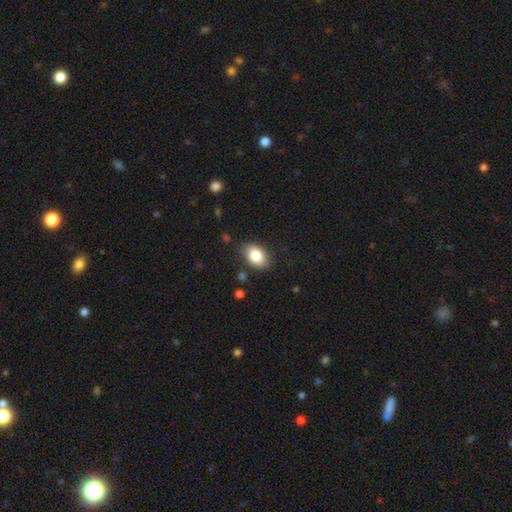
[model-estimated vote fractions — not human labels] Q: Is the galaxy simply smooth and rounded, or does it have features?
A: smooth — 83%.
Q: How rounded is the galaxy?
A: in between — 82%.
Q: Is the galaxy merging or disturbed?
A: none — 84%.